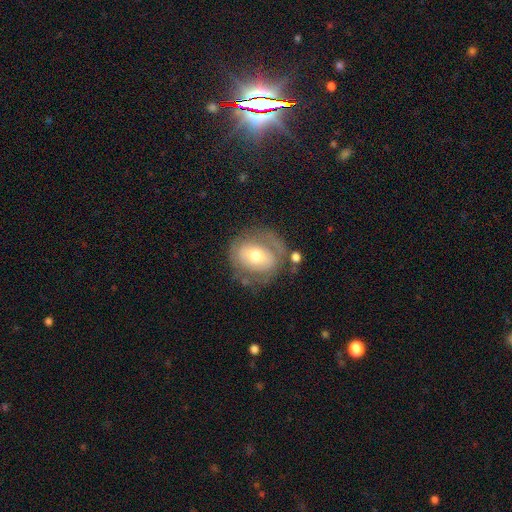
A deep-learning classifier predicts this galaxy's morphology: smooth_or_featured: featured or disk (p=0.54) [alt: smooth p=0.39]
disk_edge_on: no (p=0.95) [alt: yes p=0.05]
bar: no (p=0.55) [alt: weak p=0.31]
has_spiral_arms: no (p=0.53) [alt: yes p=0.47]
bulge_size: moderate (p=0.67) [alt: small p=0.21]
merging: none (p=0.61) [alt: minor disturbance p=0.20]